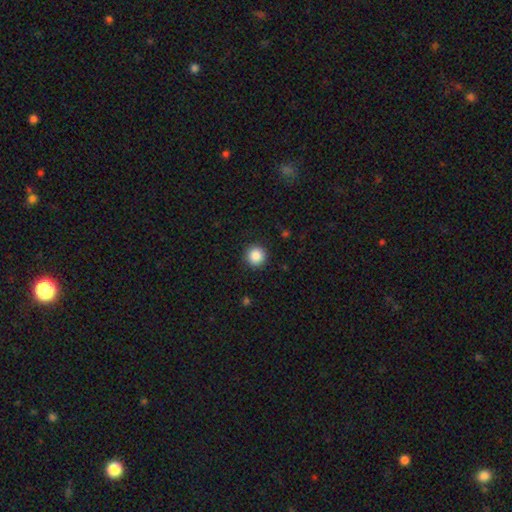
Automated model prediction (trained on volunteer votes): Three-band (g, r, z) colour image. It shows a smooth galaxy with no disk features (87%) that is round (95%). Merging: none (92%).